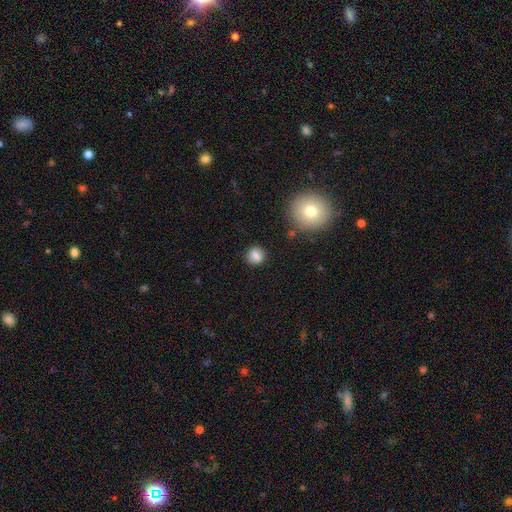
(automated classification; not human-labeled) Smooth or featured: smooth — 83% (star or artifact — 10%)
How rounded: round — 80% (in between — 19%)
Merging: none — 82% (minor disturbance — 11%)